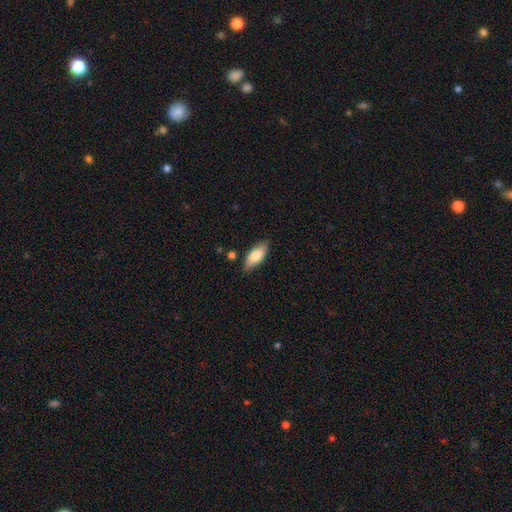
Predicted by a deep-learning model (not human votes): Smooth or featured: smooth — 77% (featured or disk — 17%)
How rounded: in between — 79% (cigar-shaped — 18%)
Merging: none — 82% (minor disturbance — 14%)